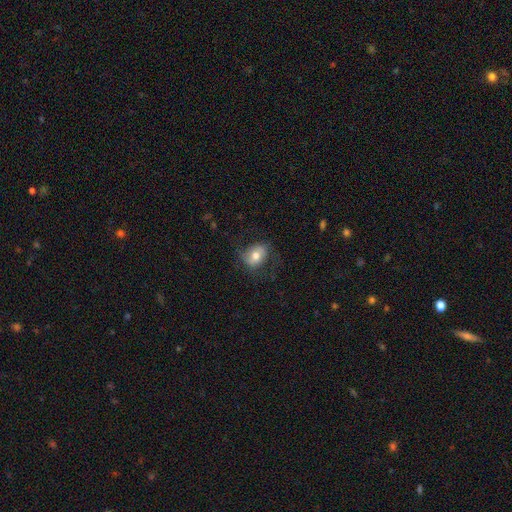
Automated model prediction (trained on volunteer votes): The model was most divided on "how rounded": in between: 56%, round: 43%, cigar-shaped: 1%. More confident: merging — none (67%); smooth or featured — smooth (59%).